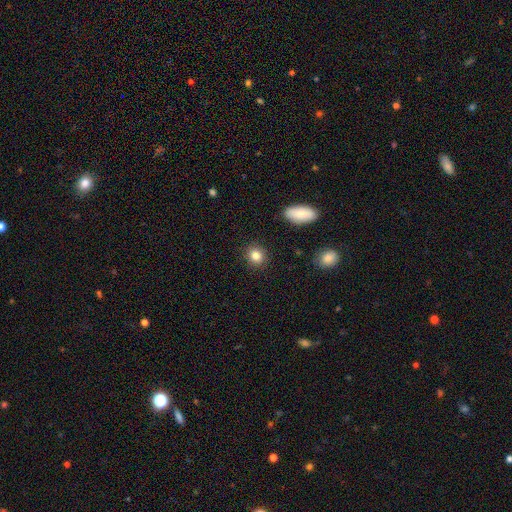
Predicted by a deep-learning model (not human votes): smooth_or_featured: smooth (p=0.84) [alt: star or artifact p=0.10]
how_rounded: round (p=0.80) [alt: in between p=0.19]
merging: none (p=0.90) [alt: minor disturbance p=0.06]